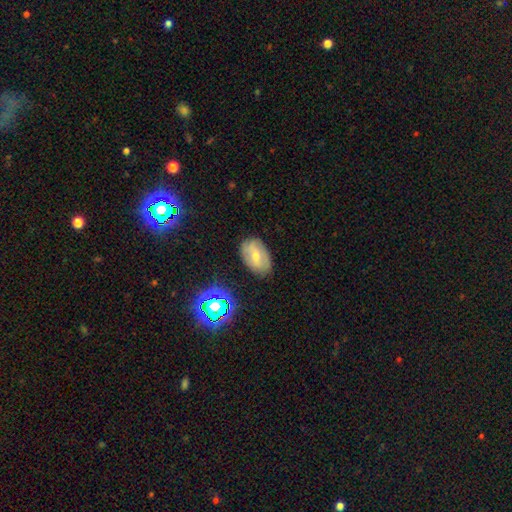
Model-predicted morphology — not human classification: smooth_or_featured: smooth (p=0.48) [alt: featured or disk p=0.40]
merging: none (p=0.76) [alt: minor disturbance p=0.17]